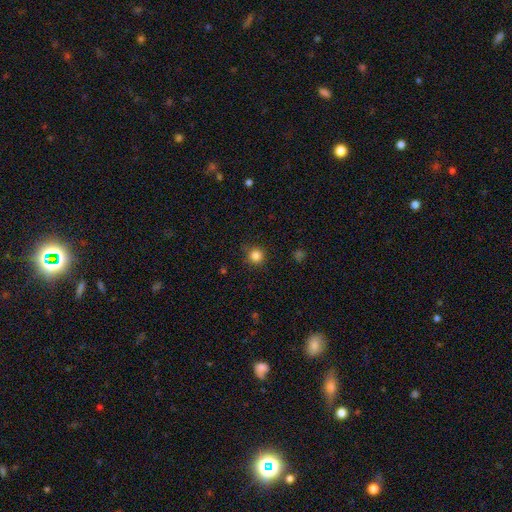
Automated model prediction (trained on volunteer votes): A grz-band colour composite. It shows a smooth galaxy with no disk features (84%) that is round (94%). Merging: none (86%).